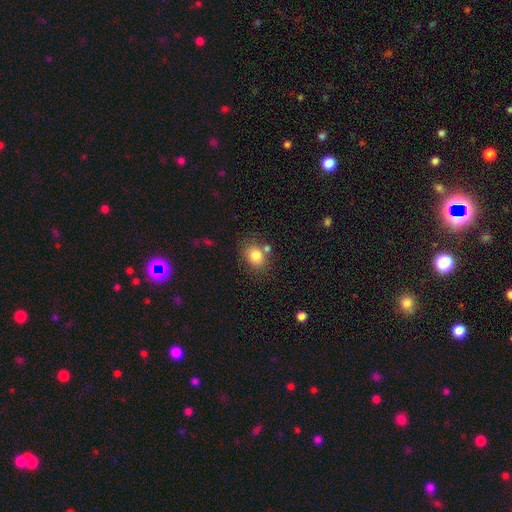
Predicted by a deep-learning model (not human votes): smooth-or-featured: smooth: 81% | star or artifact: 10% | featured or disk: 9%
  how-rounded: in between: 50% | round: 49% | cigar-shaped: 1%
  merging: none: 69% | merger: 14% | minor disturbance: 13% | major disturbance: 4%